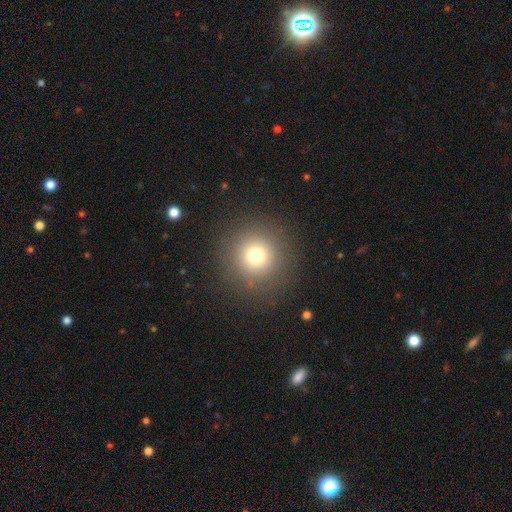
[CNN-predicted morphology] Smooth or featured?
  - smooth: 72% *
  - star or artifact: 18%
  - featured or disk: 10%
How rounded?
  - round: 96% *
  - in between: 3%
  - cigar-shaped: 1%
Merging?
  - none: 88% *
  - minor disturbance: 6%
  - major disturbance: 4%
  - merger: 1%